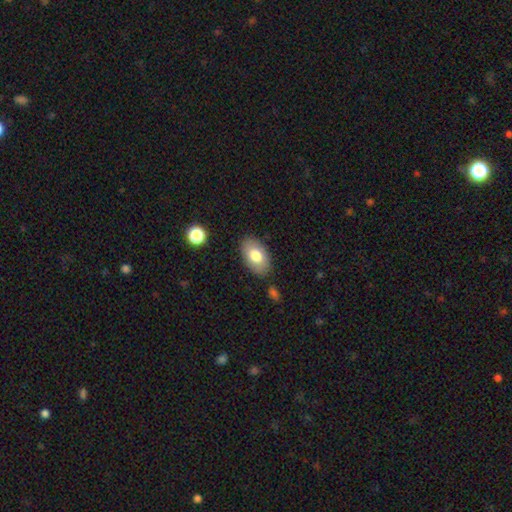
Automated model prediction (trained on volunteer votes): smooth-or-featured: smooth: 77% | featured or disk: 17% | star or artifact: 7%
  how-rounded: in between: 92% | round: 7% | cigar-shaped: 1%
  merging: none: 83% | minor disturbance: 12% | major disturbance: 3% | merger: 2%